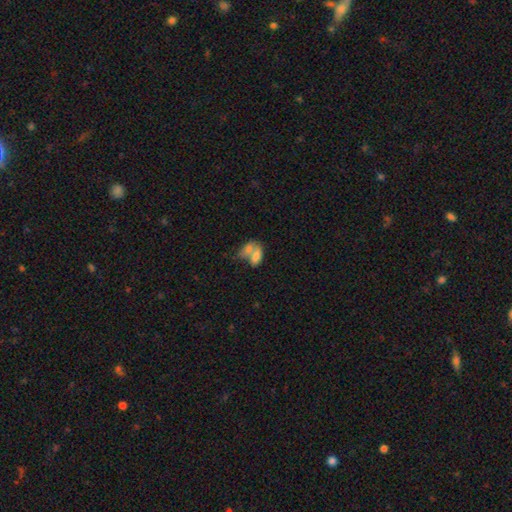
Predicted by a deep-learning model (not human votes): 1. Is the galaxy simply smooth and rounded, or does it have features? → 73% smooth, 18% featured or disk, 9% star or artifact.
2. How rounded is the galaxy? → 87% in between, 9% round, 4% cigar-shaped.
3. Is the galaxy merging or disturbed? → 68% merger, 18% none, 8% minor disturbance, 6% major disturbance.